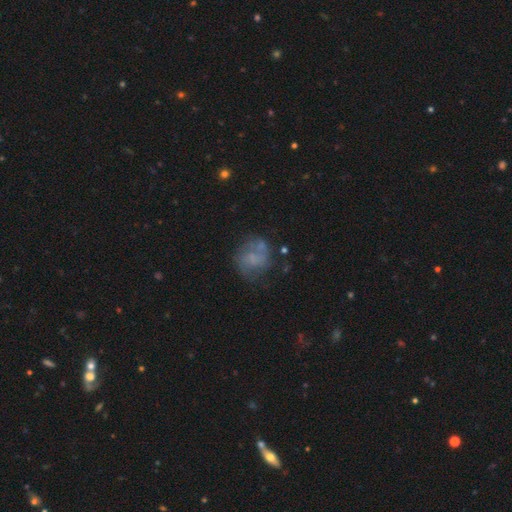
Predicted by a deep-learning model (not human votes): Q: Smooth or featured?
A: featured or disk (47%); runner-up: smooth (40%)
Q: Merging?
A: none (52%); runner-up: minor disturbance (21%)